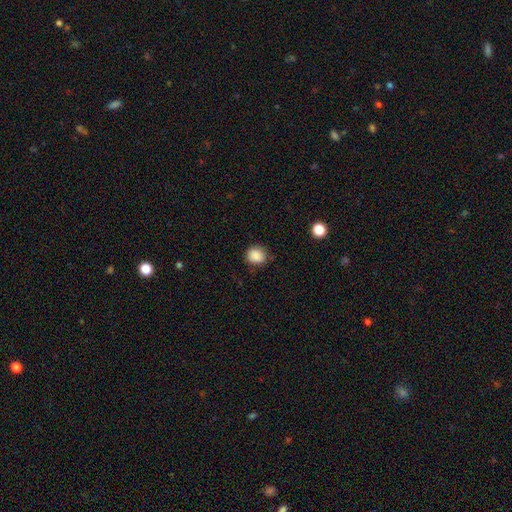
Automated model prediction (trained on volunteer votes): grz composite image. It shows a smooth galaxy with no disk features (87%) that is round (77%). Merging: none (79%).